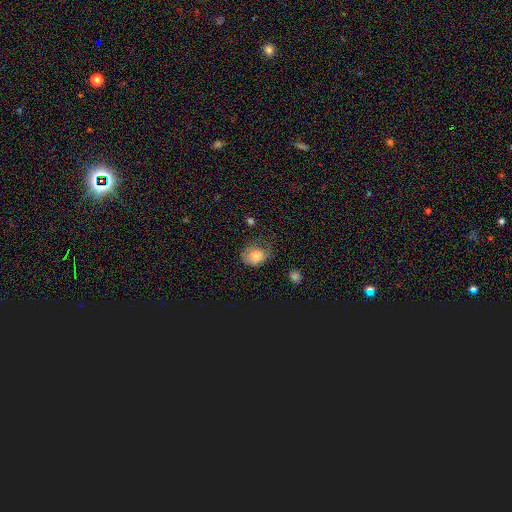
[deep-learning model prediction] This is likely a smooth galaxy (76%). How rounded: likely round (60%). Merging: possibly none (50%).